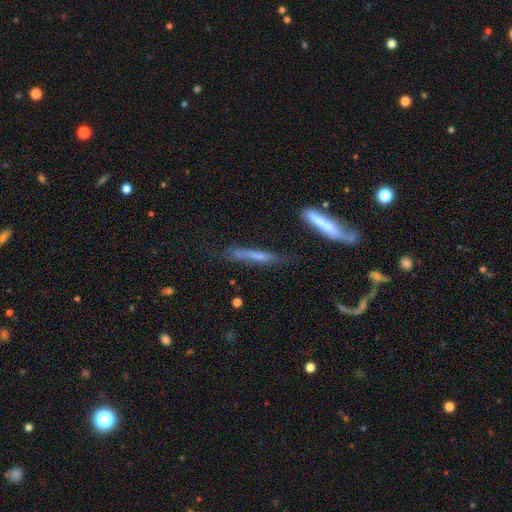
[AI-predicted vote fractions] This appears to be a smooth galaxy with no disk features (49%). Merging: none (50%).